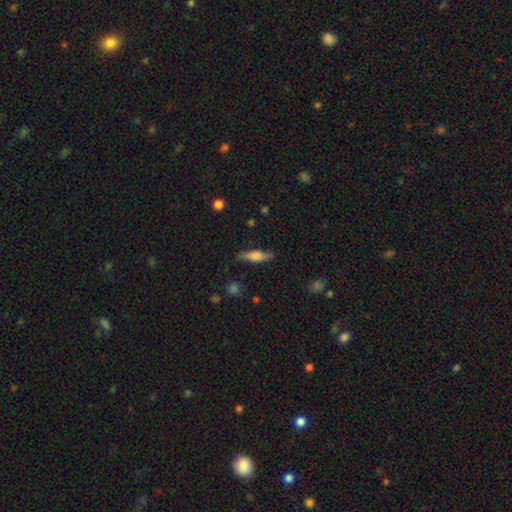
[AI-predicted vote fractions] This is possibly a smooth galaxy (58%). How rounded: possibly cigar-shaped (60%). Merging: clearly none (80%).